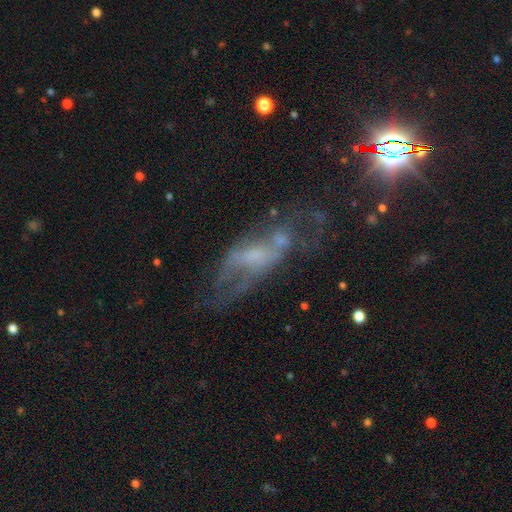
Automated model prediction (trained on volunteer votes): Smooth or featured? Predicted: featured or disk (p=0.62). Edge-on disk? Predicted: no (p=0.84). Bar? Predicted: no (p=0.63). Spiral arms? Predicted: no (p=0.53). Bulge size? Predicted: small (p=0.37). Merging? Predicted: none (p=0.41).